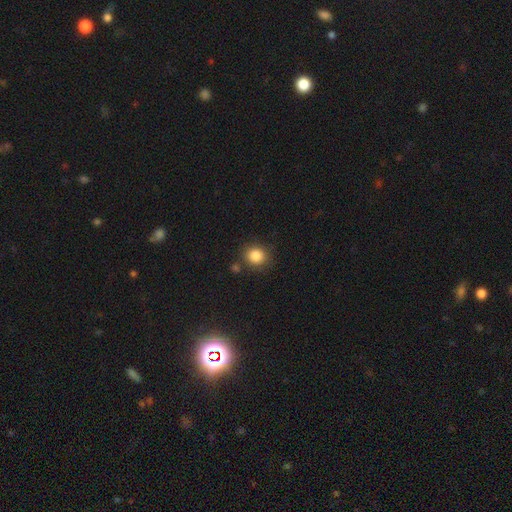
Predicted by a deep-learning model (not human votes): smooth-or-featured: smooth: 86% | star or artifact: 10% | featured or disk: 5%
  how-rounded: round: 81% | in between: 18% | cigar-shaped: 1%
  merging: none: 80% | minor disturbance: 11% | merger: 5% | major disturbance: 4%